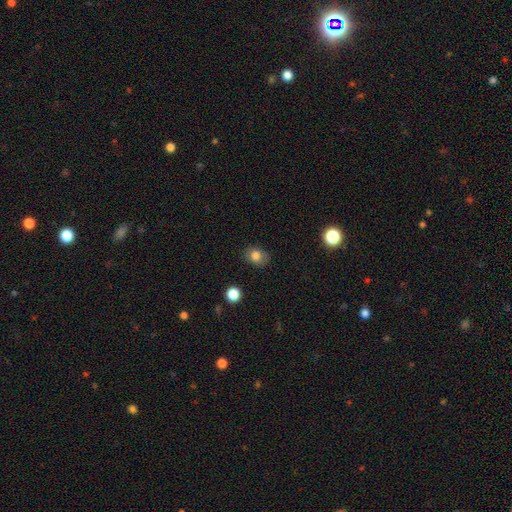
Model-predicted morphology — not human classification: smooth-or-featured: smooth: 80% | star or artifact: 11% | featured or disk: 9%
  how-rounded: in between: 55% | round: 44% | cigar-shaped: 1%
  merging: none: 79% | minor disturbance: 16% | major disturbance: 4% | merger: 2%